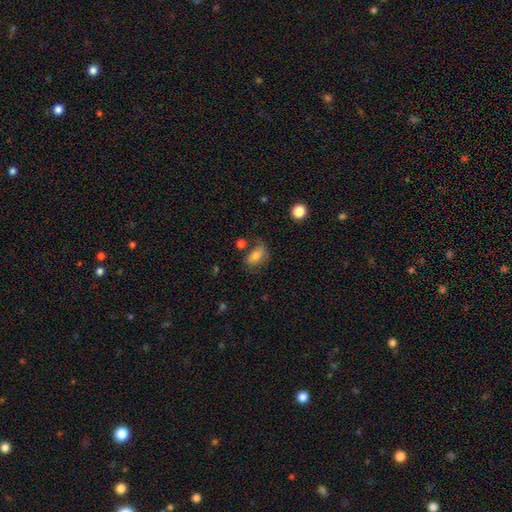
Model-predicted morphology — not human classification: Q: Smooth or featured?
A: smooth (76%); runner-up: featured or disk (14%)
Q: How rounded?
A: in between (86%); runner-up: round (12%)
Q: Merging?
A: none (54%); runner-up: minor disturbance (26%)